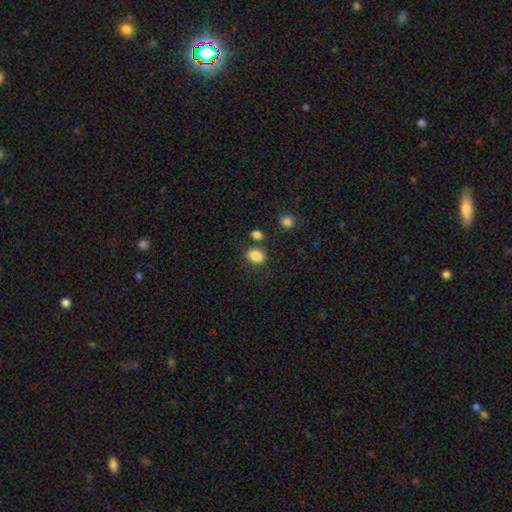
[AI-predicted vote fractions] Morphology: type=smooth (86%); roundness=in between (61%); merging=none (74%).